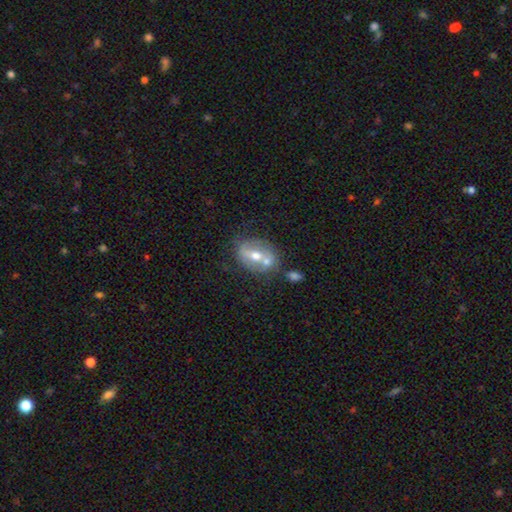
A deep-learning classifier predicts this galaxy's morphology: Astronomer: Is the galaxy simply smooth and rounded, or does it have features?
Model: featured or disk — 54% (runner-up: smooth, 37%).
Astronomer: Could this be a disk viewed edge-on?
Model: no — 91%.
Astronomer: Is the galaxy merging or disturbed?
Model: none — 49% (runner-up: merger, 29%).